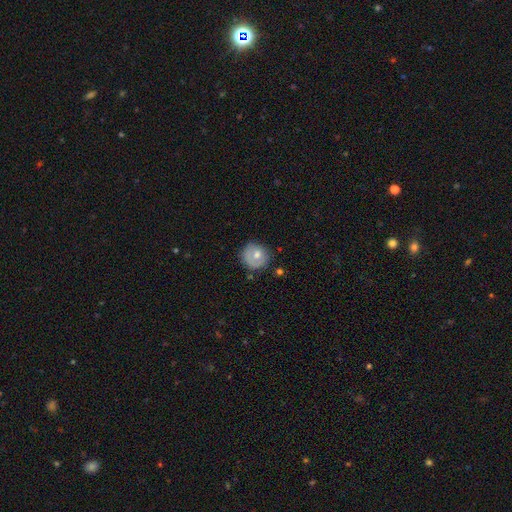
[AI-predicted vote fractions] Overall: smooth (64%; featured or disk 28%). How rounded: round (88%). Merging: none (69%).